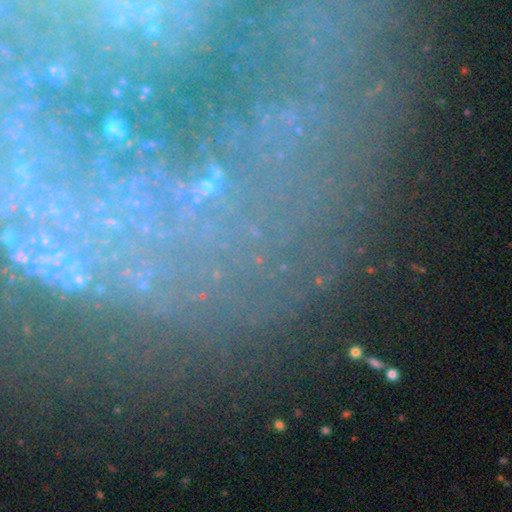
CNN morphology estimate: type=star or artifact (50%).